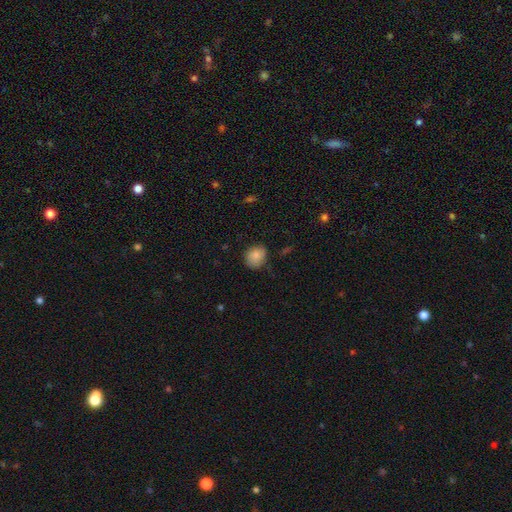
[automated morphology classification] Q: Smooth or featured?
A: smooth (84%); runner-up: featured or disk (8%)
Q: How rounded?
A: round (62%); runner-up: in between (37%)
Q: Merging?
A: none (71%); runner-up: minor disturbance (23%)